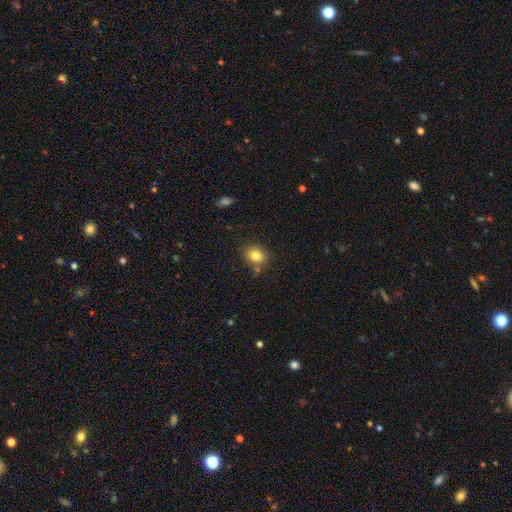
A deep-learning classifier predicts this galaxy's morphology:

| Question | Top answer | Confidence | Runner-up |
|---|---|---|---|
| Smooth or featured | smooth | 81% | star or artifact (11%) |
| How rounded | round | 67% | in between (32%) |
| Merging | none | 78% | minor disturbance (12%) |